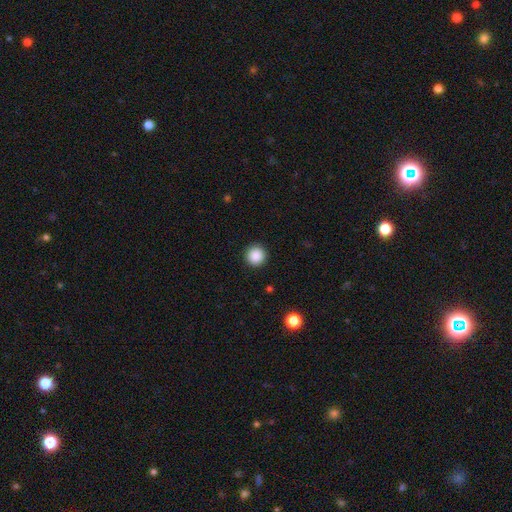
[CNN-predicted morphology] Smooth or featured? Predicted: smooth (p=0.88). How rounded? Predicted: round (p=0.95). Merging? Predicted: none (p=0.92).